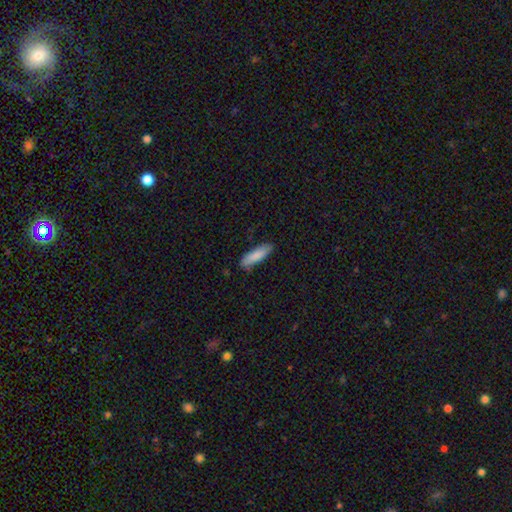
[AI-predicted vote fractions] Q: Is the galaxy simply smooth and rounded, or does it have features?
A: smooth — 85%.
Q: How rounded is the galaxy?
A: cigar-shaped — 62%.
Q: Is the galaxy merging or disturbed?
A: none — 81%.